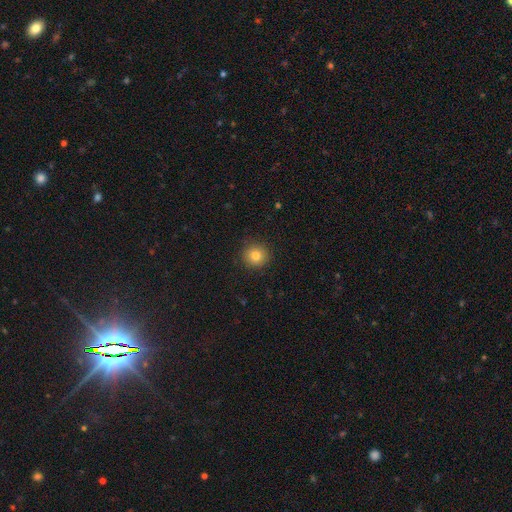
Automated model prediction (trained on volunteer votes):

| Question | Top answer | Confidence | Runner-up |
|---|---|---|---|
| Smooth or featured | smooth | 81% | star or artifact (12%) |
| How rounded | round | 92% | in between (7%) |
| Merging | none | 91% | minor disturbance (6%) |